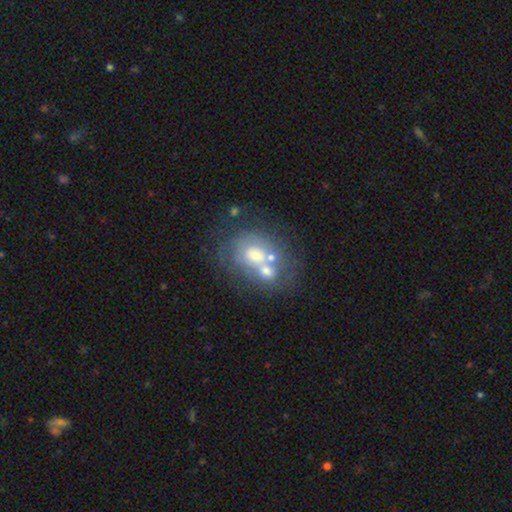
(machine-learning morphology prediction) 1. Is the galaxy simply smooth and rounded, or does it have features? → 48% featured or disk, 41% smooth, 12% star or artifact.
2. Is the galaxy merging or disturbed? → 42% merger, 32% none, 14% minor disturbance, 12% major disturbance.